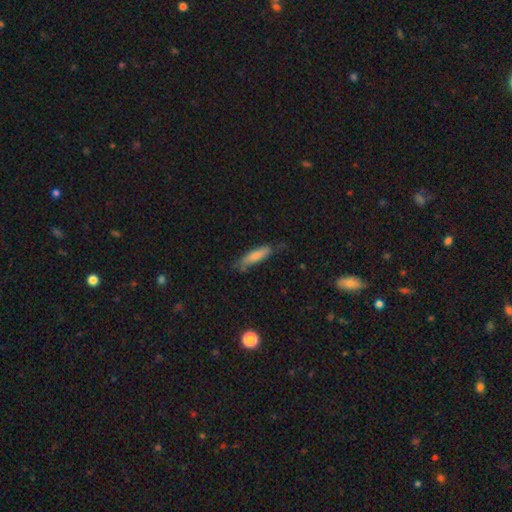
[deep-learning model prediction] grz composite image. It shows a smooth galaxy with no disk features (75%) that is cigar-shaped (72%). Merging: none (63%).